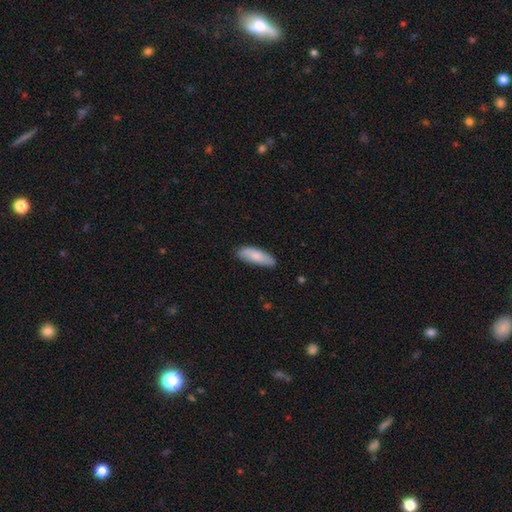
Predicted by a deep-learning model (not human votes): Q: Smooth or featured?
A: smooth (81%); runner-up: featured or disk (13%)
Q: How rounded?
A: in between (57%); runner-up: cigar-shaped (41%)
Q: Merging?
A: none (77%); runner-up: minor disturbance (18%)